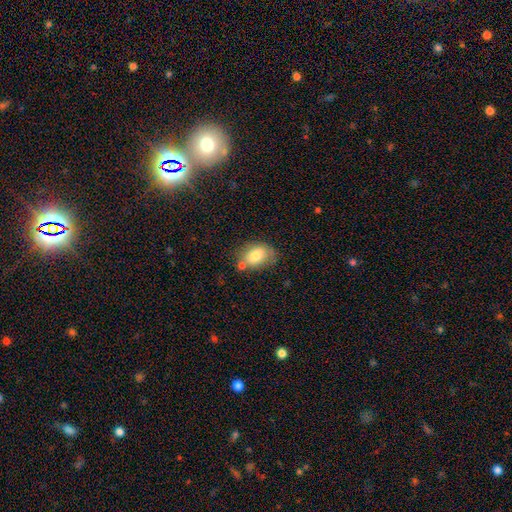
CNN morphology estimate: A smooth galaxy with no disk features (76%) that is in between round and cigar-shaped (78%). Merging: none (58%).